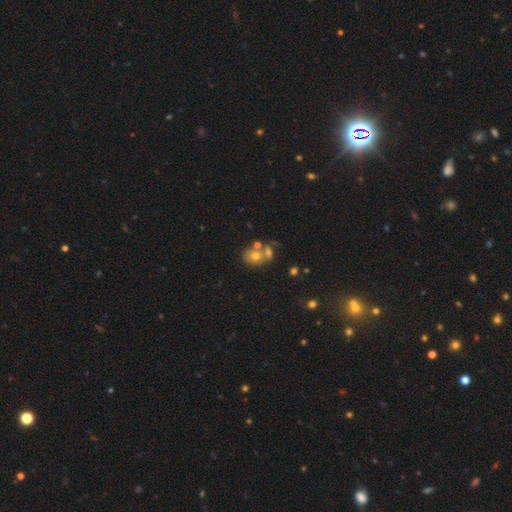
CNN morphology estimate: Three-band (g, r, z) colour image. It shows a smooth galaxy with no disk features (65%) that is round (52%). Merging: merger (45%).